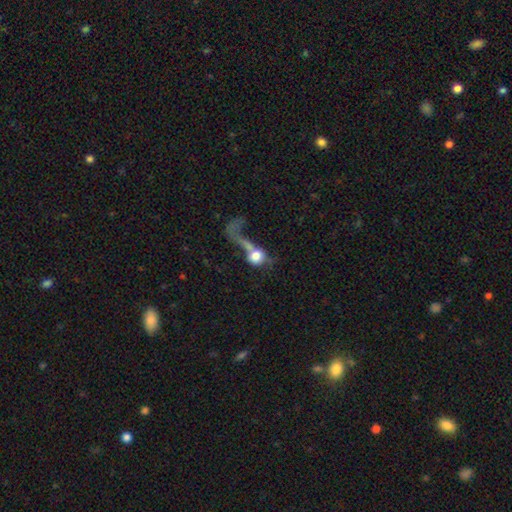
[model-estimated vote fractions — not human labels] This appears to be a smooth galaxy with no disk features (61%) that is round (68%). Merging: major disturbance (53%).